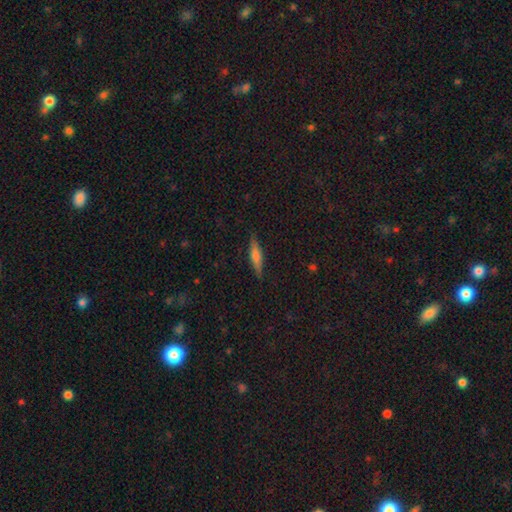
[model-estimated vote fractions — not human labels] A smooth galaxy with no disk features (47%). Merging: none (88%).